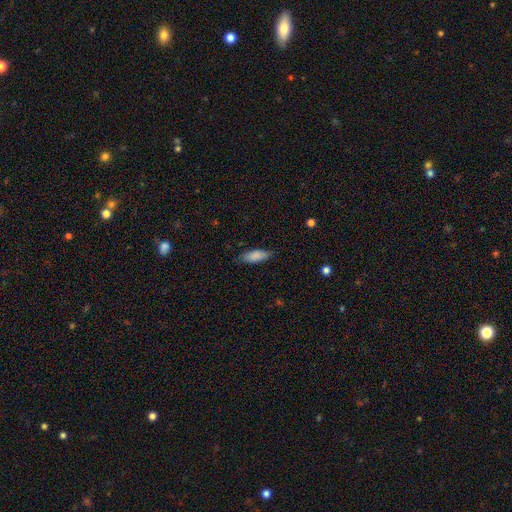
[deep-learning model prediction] Q: Smooth or featured?
A: smooth (86%); runner-up: featured or disk (8%)
Q: How rounded?
A: in between (66%); runner-up: cigar-shaped (32%)
Q: Merging?
A: none (83%); runner-up: minor disturbance (13%)